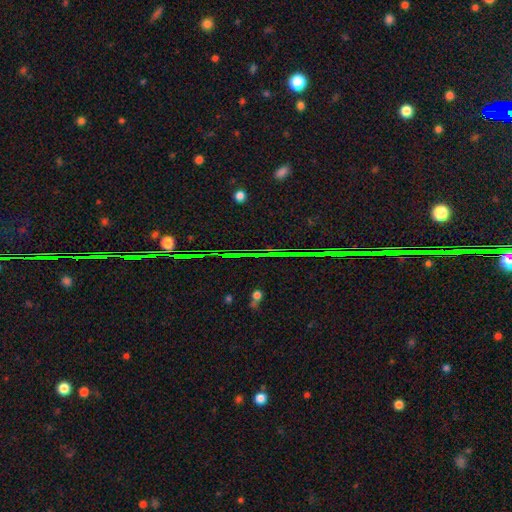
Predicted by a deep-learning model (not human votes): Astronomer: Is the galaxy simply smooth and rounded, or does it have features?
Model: star or artifact — 83%.